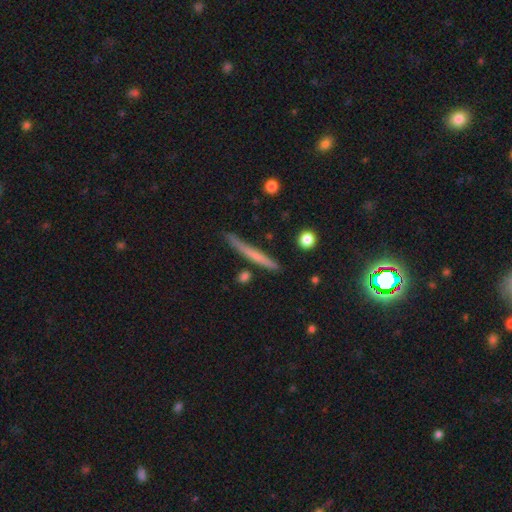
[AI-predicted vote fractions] Smooth or featured: smooth — 54% (featured or disk — 40%)
How rounded: cigar-shaped — 96% (in between — 2%)
Merging: none — 82% (minor disturbance — 12%)